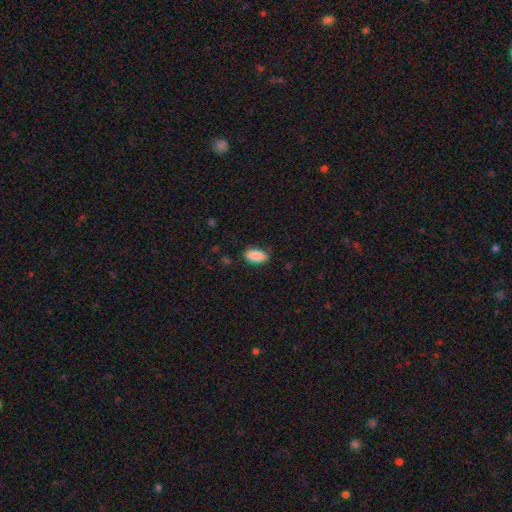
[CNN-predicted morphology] smooth 89%, star or artifact 7%, featured or disk 4%. Down the decision tree: how rounded — in between (90%); merging — none (83%).